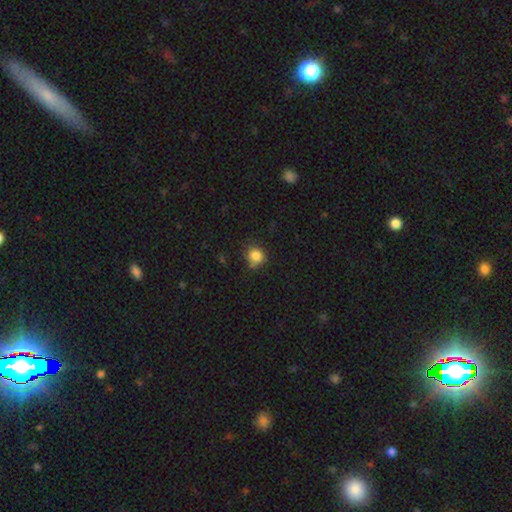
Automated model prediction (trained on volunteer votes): Smooth or featured? smooth (83%)
How rounded? round (85%)
Merging? none (70%)